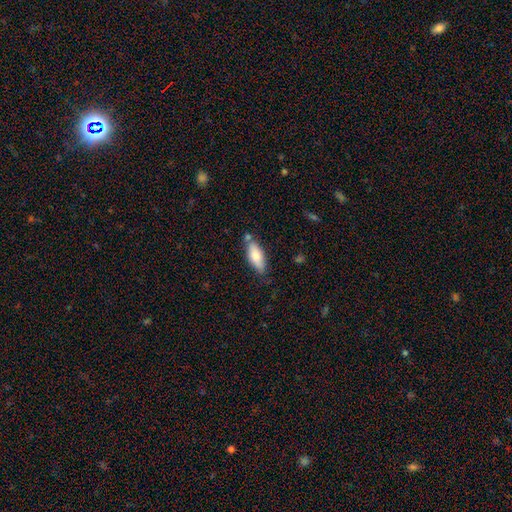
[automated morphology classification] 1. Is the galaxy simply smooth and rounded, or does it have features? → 75% smooth, 19% featured or disk, 6% star or artifact.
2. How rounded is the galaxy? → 71% in between, 27% cigar-shaped, 2% round.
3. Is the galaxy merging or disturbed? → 71% none, 18% minor disturbance, 8% merger, 3% major disturbance.